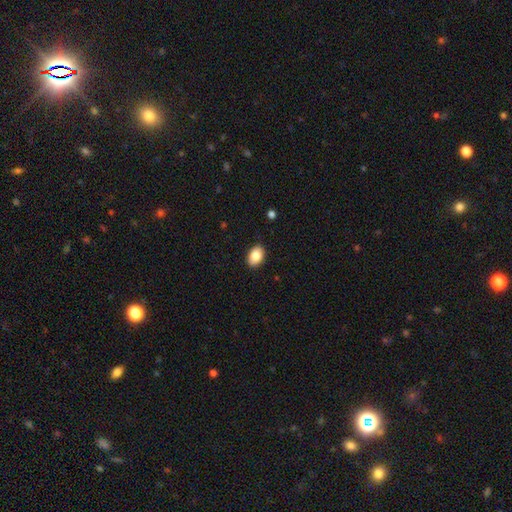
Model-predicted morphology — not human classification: This appears to be a smooth galaxy with no disk features (85%) that is in between round and cigar-shaped (84%). Merging: none (87%).